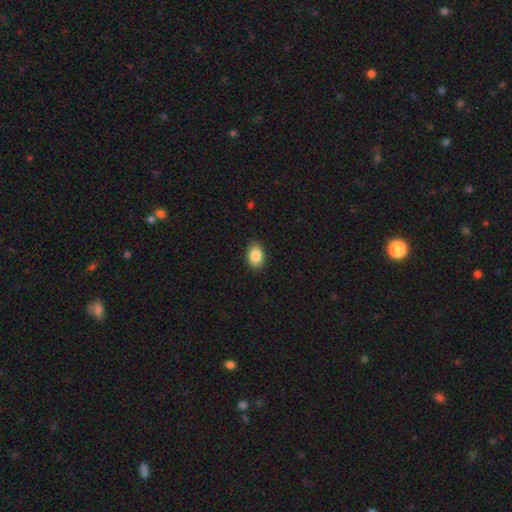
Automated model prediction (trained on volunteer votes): smooth-or-featured: smooth: 87% | star or artifact: 8% | featured or disk: 5%
  how-rounded: in between: 77% | round: 22% | cigar-shaped: 1%
  merging: none: 89% | minor disturbance: 8% | major disturbance: 2% | merger: 1%